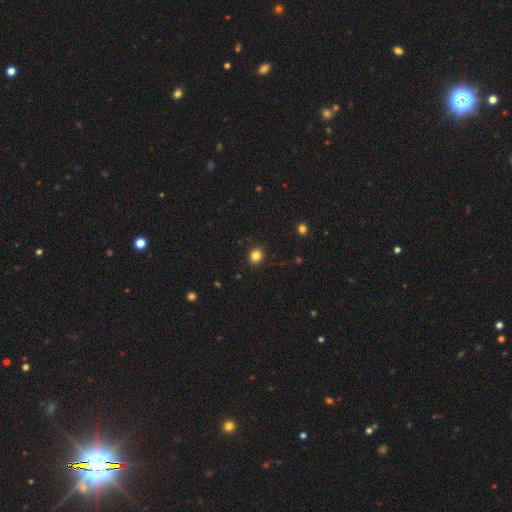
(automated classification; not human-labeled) The model was most divided on "how rounded": round: 78%, in between: 22%, cigar-shaped: 1%. More confident: merging — none (89%); smooth or featured — smooth (84%).